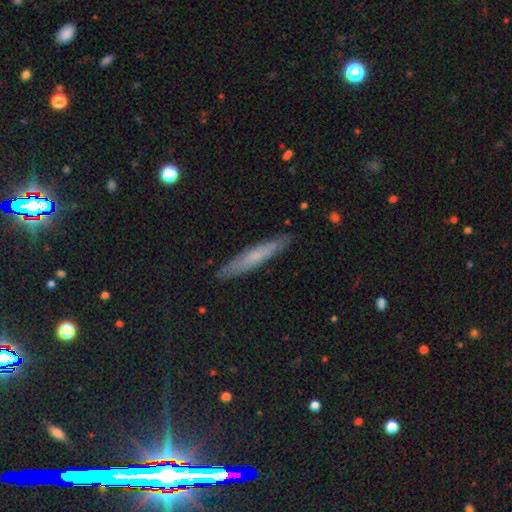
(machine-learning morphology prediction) Overall: smooth (54%; featured or disk 38%). How rounded: cigar-shaped (93%). Merging: none (90%).